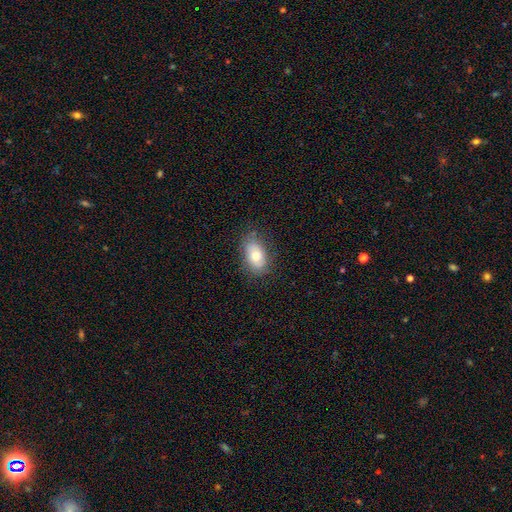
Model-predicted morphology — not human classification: Smooth or featured: smooth — 75% (featured or disk — 17%)
How rounded: in between — 91% (round — 7%)
Merging: none — 77% (minor disturbance — 17%)